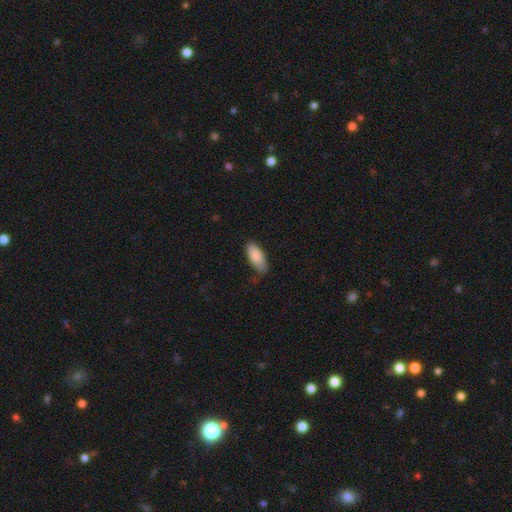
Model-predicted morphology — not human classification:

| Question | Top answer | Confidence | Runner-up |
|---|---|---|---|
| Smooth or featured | smooth | 86% | featured or disk (8%) |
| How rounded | in between | 86% | cigar-shaped (12%) |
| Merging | none | 71% | minor disturbance (24%) |